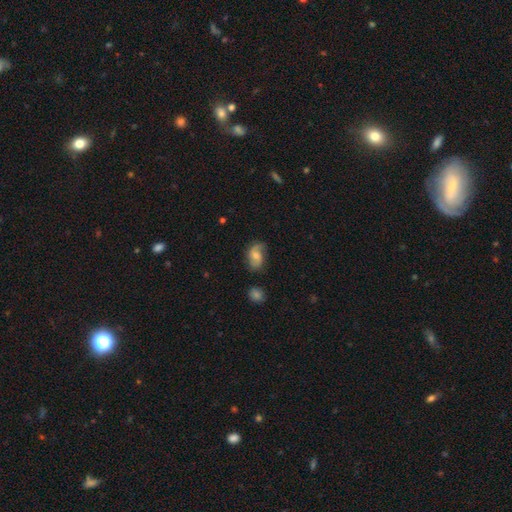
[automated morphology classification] Q: Smooth or featured?
A: featured or disk (57%); runner-up: smooth (35%)
Q: Edge-on disk?
A: no (96%); runner-up: yes (4%)
Q: Bar?
A: no (58%); runner-up: weak (35%)
Q: Spiral arms?
A: yes (89%); runner-up: no (11%)
Q: Bulge size?
A: moderate (55%); runner-up: small (34%)
Q: Merging?
A: none (67%); runner-up: minor disturbance (23%)